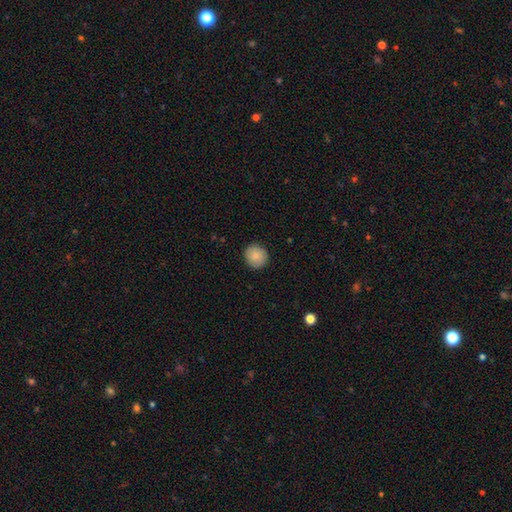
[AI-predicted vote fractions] Q: Smooth or featured?
A: smooth (86%); runner-up: star or artifact (7%)
Q: How rounded?
A: round (91%); runner-up: in between (8%)
Q: Merging?
A: none (90%); runner-up: minor disturbance (7%)